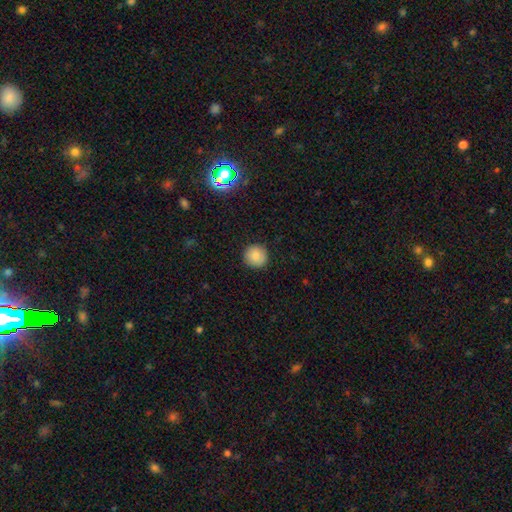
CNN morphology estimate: Smooth or featured? Predicted: smooth (p=0.85). How rounded? Predicted: round (p=0.94). Merging? Predicted: none (p=0.90).